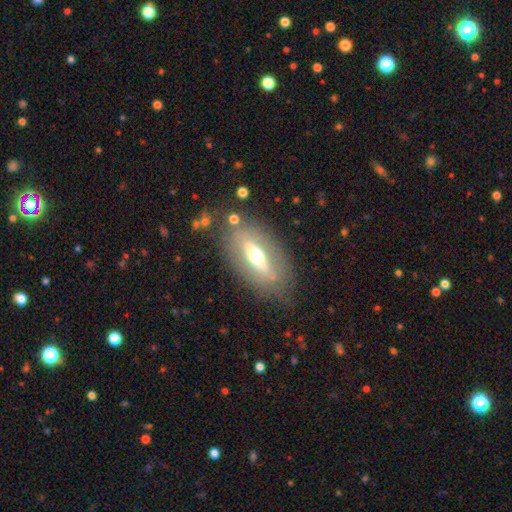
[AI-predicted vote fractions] This appears to be a featured or disk galaxy (59%). Merging: none (74%).